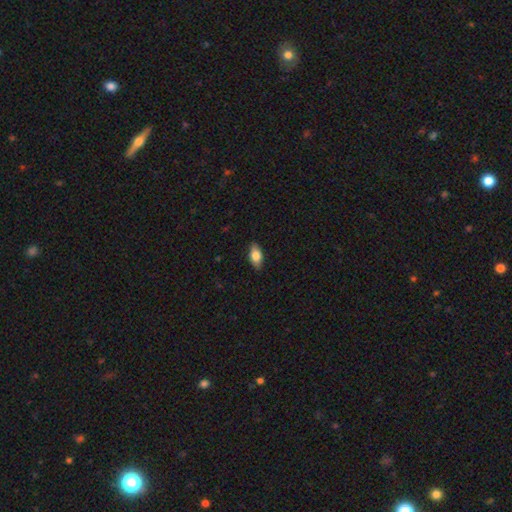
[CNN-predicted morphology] Smooth or featured? smooth (78%)
How rounded? in between (89%)
Merging? none (87%)